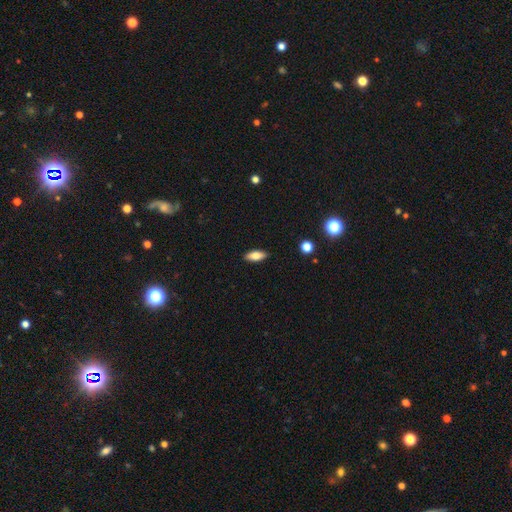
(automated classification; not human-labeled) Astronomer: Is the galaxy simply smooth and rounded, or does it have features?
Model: smooth — 75%.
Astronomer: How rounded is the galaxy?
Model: in between — 80%.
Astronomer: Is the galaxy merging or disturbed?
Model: none — 89%.